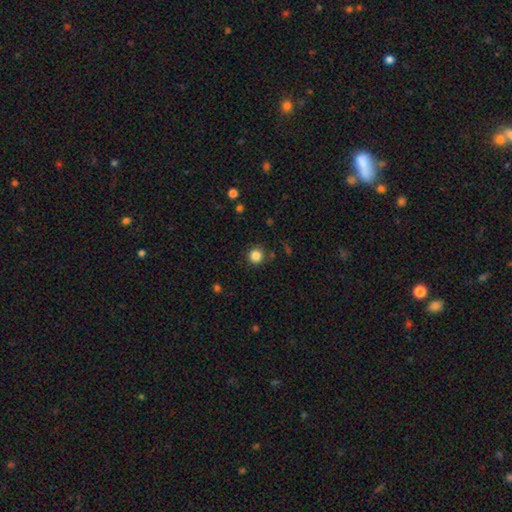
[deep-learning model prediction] smooth_or_featured: smooth (p=0.84) [alt: star or artifact p=0.11]
how_rounded: round (p=0.94) [alt: in between p=0.05]
merging: none (p=0.87) [alt: minor disturbance p=0.08]